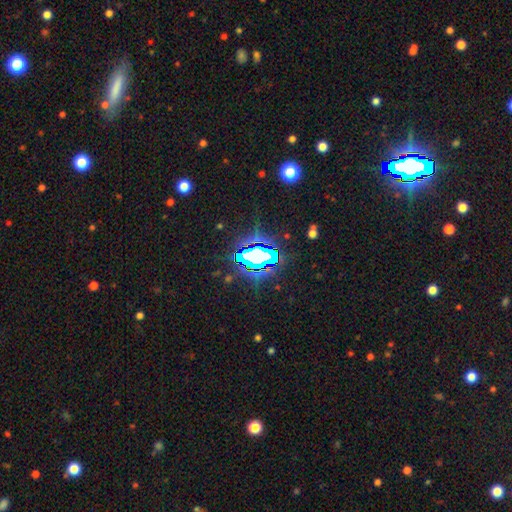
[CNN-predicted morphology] Smooth or featured? star or artifact (71%)